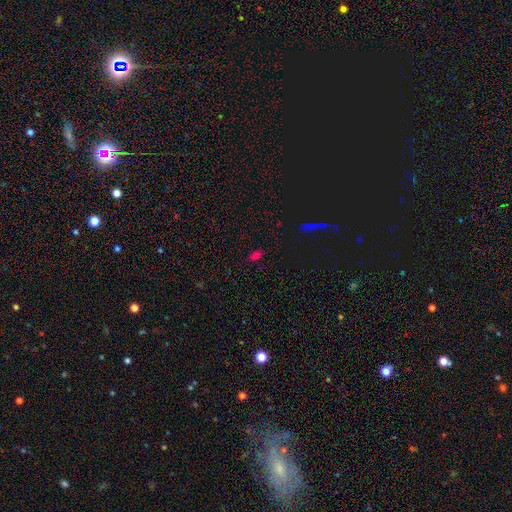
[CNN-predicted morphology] Smooth or featured?
  - smooth: 68% *
  - star or artifact: 26%
  - featured or disk: 6%
How rounded?
  - in between: 82% *
  - round: 14%
  - cigar-shaped: 4%
Merging?
  - none: 83% *
  - minor disturbance: 11%
  - major disturbance: 3%
  - merger: 2%